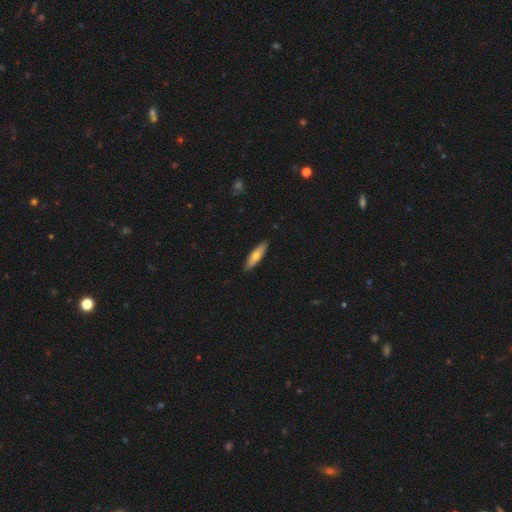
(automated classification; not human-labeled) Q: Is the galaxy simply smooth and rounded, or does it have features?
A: smooth — 60%.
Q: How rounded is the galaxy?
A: cigar-shaped — 69%.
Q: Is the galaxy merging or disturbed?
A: none — 90%.